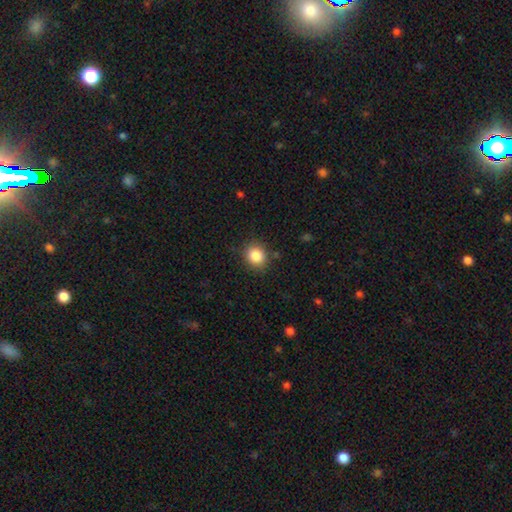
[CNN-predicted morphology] The model was most divided on "how rounded": round: 76%, in between: 23%, cigar-shaped: 1%. More confident: smooth or featured — smooth (85%); merging — none (85%).